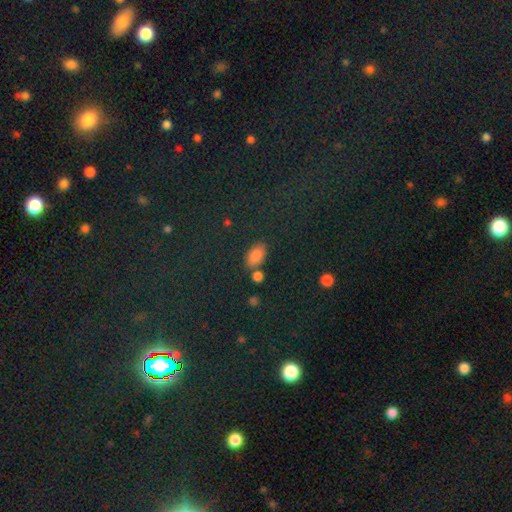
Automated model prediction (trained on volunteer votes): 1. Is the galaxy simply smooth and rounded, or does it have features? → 80% smooth, 13% star or artifact, 6% featured or disk.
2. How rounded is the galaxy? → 91% in between, 7% round, 3% cigar-shaped.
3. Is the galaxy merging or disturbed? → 73% none, 13% minor disturbance, 10% merger, 4% major disturbance.